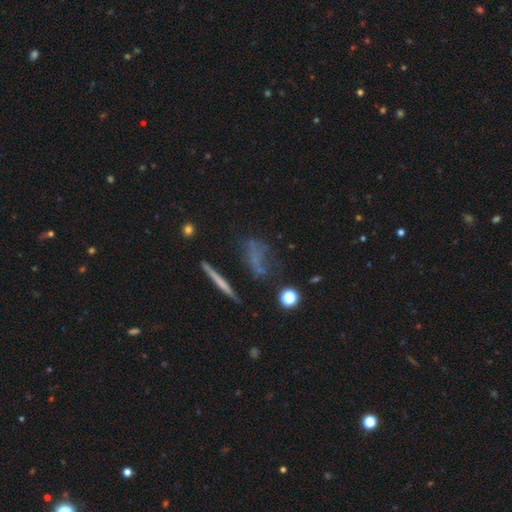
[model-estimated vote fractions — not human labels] This appears to be a smooth galaxy with no disk features (43%). Merging: none (51%).